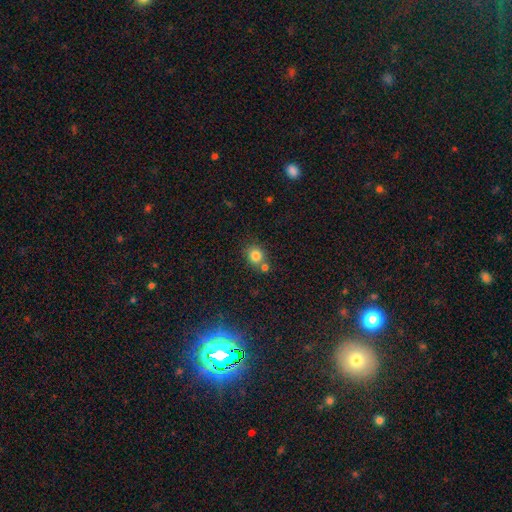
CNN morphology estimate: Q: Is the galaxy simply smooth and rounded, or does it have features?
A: smooth — 81%.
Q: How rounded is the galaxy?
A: round — 76%.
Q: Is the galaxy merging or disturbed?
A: none — 64%.